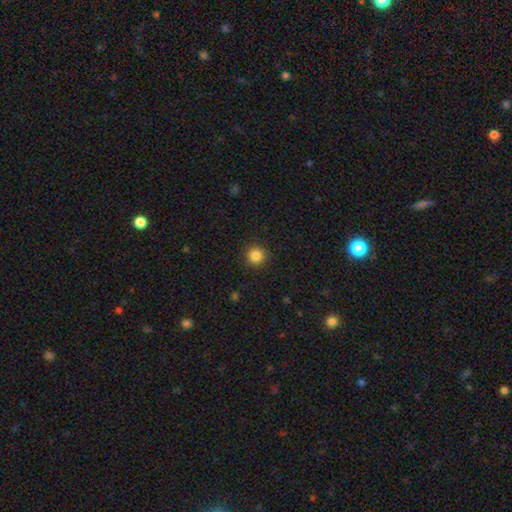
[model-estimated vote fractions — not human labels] smooth_or_featured: smooth (p=0.85) [alt: star or artifact p=0.11]
how_rounded: round (p=0.95) [alt: in between p=0.04]
merging: none (p=0.91) [alt: minor disturbance p=0.06]